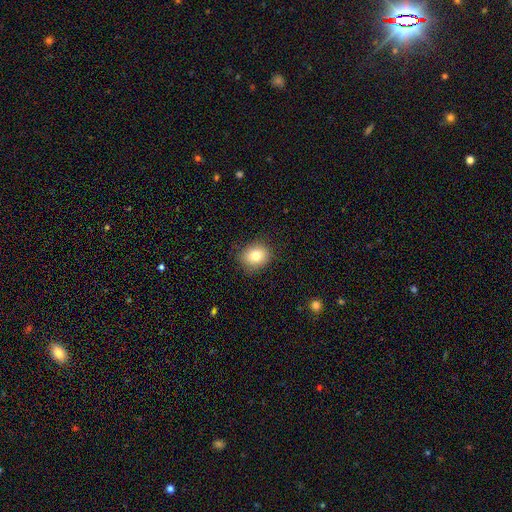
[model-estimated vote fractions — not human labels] smooth 79%, star or artifact 10%, featured or disk 10%. Down the decision tree: how rounded — round (65%); merging — none (84%).